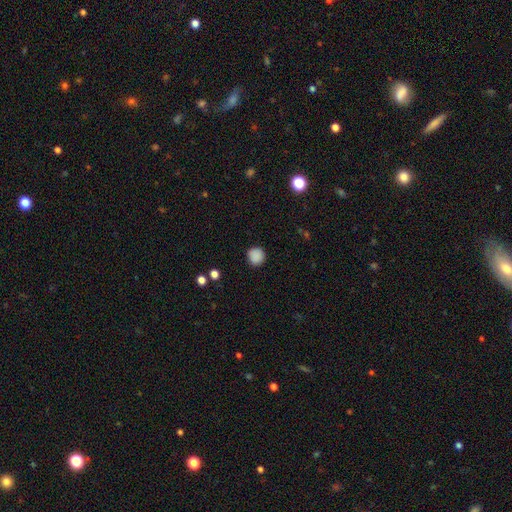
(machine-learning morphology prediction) Overall: smooth (87%). How rounded: round (92%). Merging: none (88%).